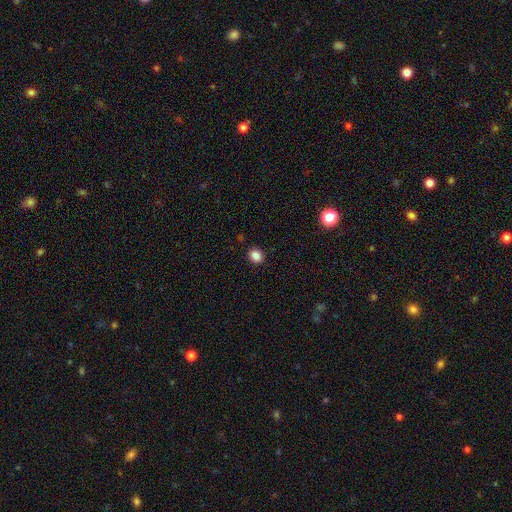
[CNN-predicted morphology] Smooth or featured?
  - smooth: 85% *
  - star or artifact: 11%
  - featured or disk: 4%
How rounded?
  - round: 69% *
  - in between: 30%
  - cigar-shaped: 1%
Merging?
  - none: 90% *
  - minor disturbance: 7%
  - major disturbance: 2%
  - merger: 1%